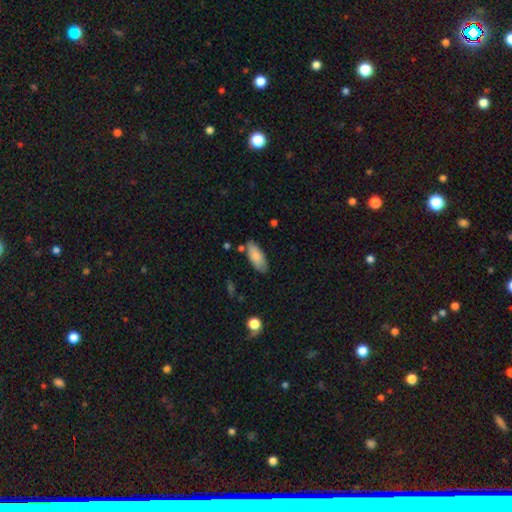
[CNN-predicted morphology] Smooth or featured? Predicted: smooth (p=0.82). How rounded? Predicted: in between (p=0.82). Merging? Predicted: none (p=0.76).